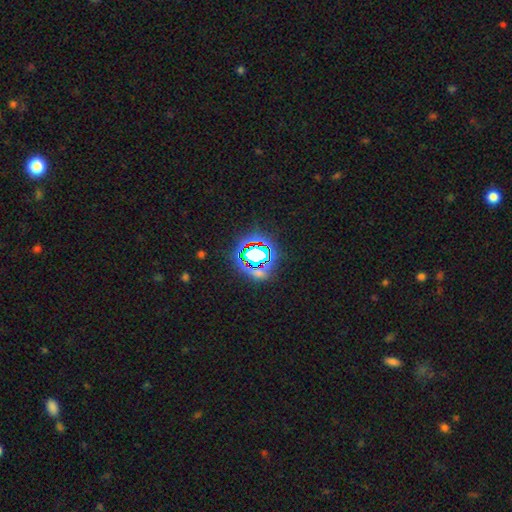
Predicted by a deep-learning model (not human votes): A star or artifact, not a galaxy (66%).

Vote fractions:
- Smooth or featured? star or artifact: 66% / smooth: 22% / featured or disk: 12%